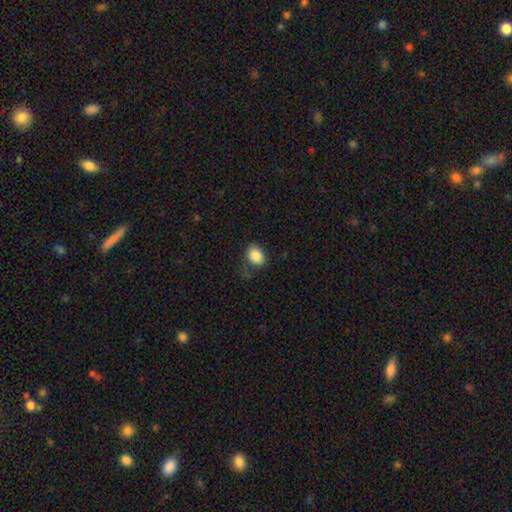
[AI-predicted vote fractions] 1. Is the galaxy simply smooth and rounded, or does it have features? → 86% smooth, 9% star or artifact, 5% featured or disk.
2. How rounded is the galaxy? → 65% in between, 34% round, 1% cigar-shaped.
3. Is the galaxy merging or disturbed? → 65% none, 23% minor disturbance, 10% major disturbance, 2% merger.